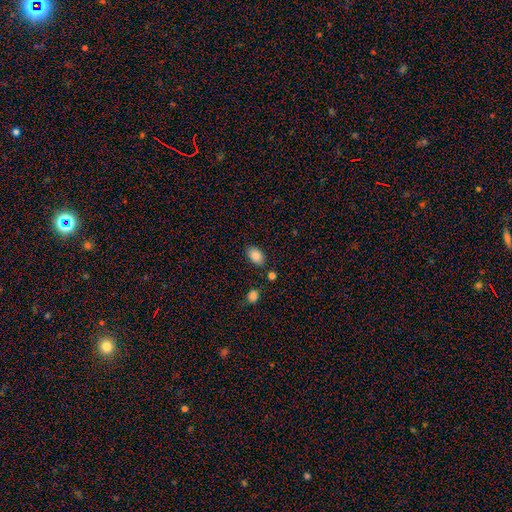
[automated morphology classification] The model was most divided on "merging": none: 82%, minor disturbance: 11%, merger: 4%, major disturbance: 3%. More confident: how rounded — in between (90%); smooth or featured — smooth (87%).